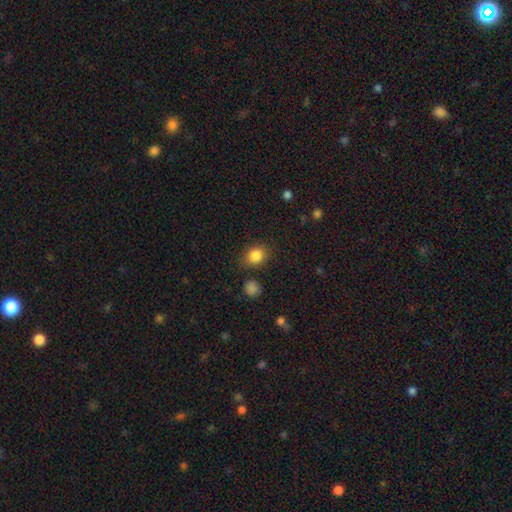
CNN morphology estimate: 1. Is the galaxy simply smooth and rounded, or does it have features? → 84% smooth, 11% star or artifact, 5% featured or disk.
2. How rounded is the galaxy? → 59% round, 40% in between, 1% cigar-shaped.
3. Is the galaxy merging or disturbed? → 79% none, 13% minor disturbance, 4% major disturbance, 4% merger.